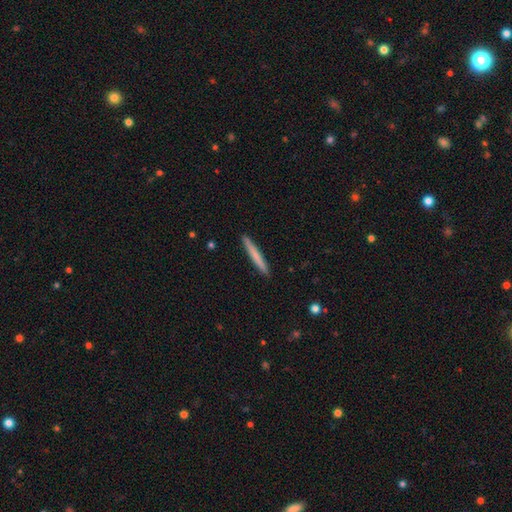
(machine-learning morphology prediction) Smooth or featured?
  - smooth: 67% *
  - featured or disk: 28%
  - star or artifact: 5%
How rounded?
  - cigar-shaped: 97% *
  - in between: 2%
  - round: 1%
Merging?
  - none: 93% *
  - minor disturbance: 5%
  - major disturbance: 1%
  - merger: 1%